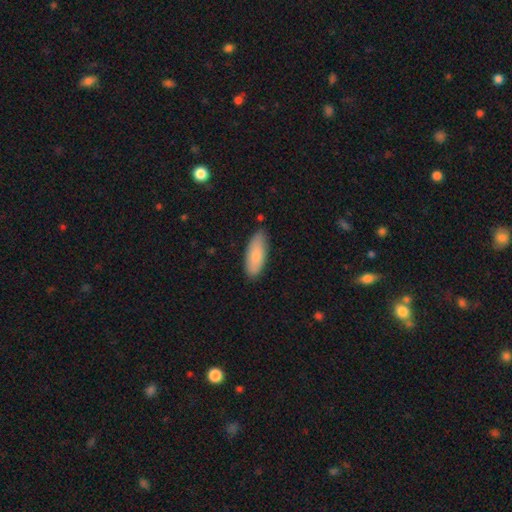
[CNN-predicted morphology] A smooth galaxy with no disk features (81%) that is in between round and cigar-shaped (76%). Merging: none (81%).